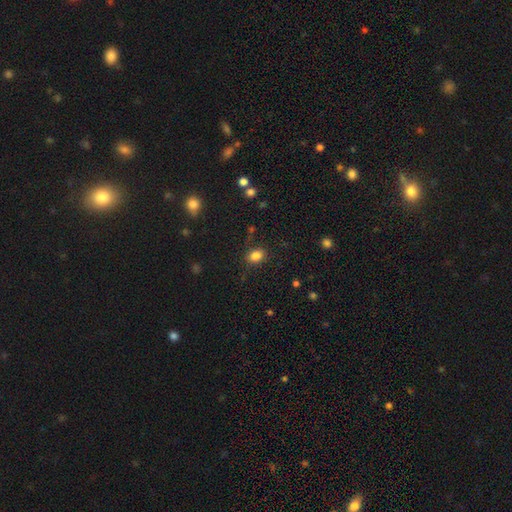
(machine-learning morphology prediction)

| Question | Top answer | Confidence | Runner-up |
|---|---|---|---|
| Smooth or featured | smooth | 83% | star or artifact (11%) |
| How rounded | in between | 68% | round (31%) |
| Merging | none | 81% | minor disturbance (13%) |